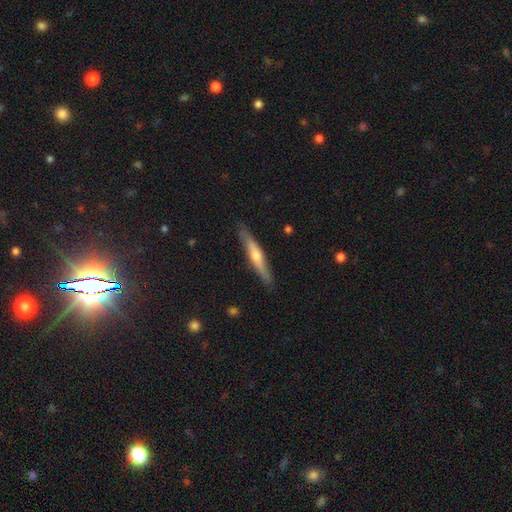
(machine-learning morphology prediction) smooth-or-featured: featured or disk: 61% | smooth: 32% | star or artifact: 6%
  disk-edge-on: yes: 94% | no: 6%
    edge-on-bulge: rounded: 80% | none: 15% | boxy: 5%
  merging: none: 87% | minor disturbance: 10% | major disturbance: 2% | merger: 1%